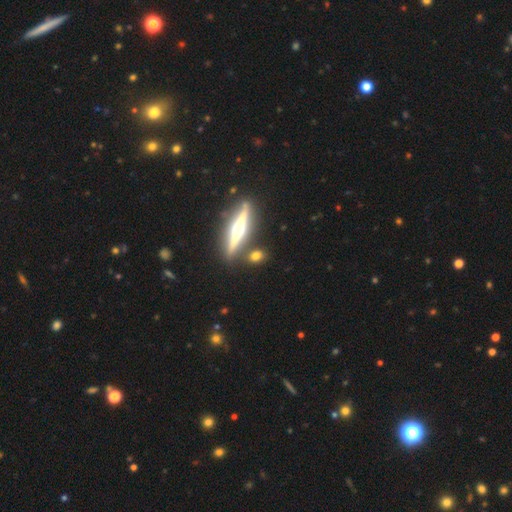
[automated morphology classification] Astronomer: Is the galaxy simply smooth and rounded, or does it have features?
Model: featured or disk — 54% (runner-up: smooth, 38%).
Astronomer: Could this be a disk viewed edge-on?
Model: yes — 90%.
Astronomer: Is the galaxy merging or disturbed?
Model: none — 79%.